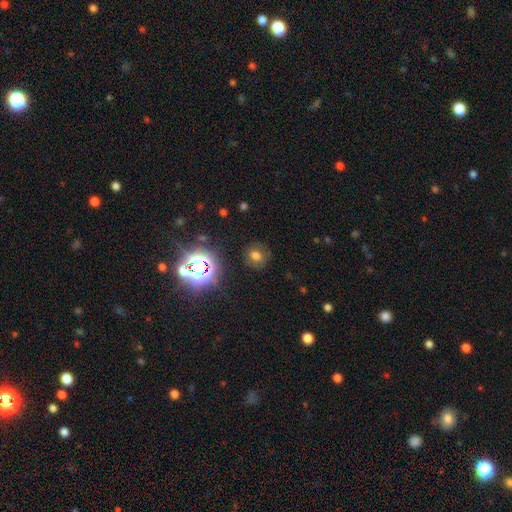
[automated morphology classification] Overall: smooth (61%; star or artifact 28%). How rounded: round (63%; in between 35%). Merging: none (80%).